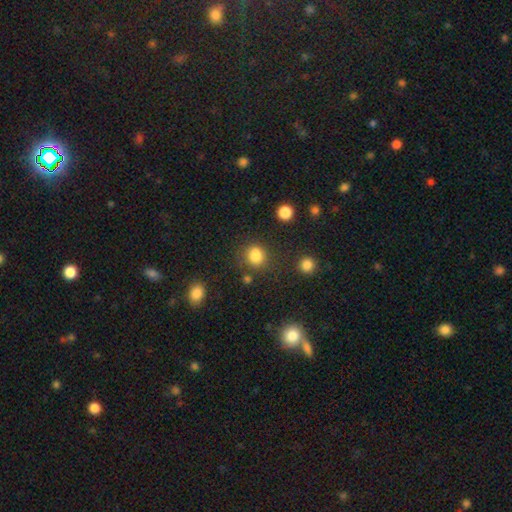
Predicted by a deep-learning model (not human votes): Smooth or featured: smooth — 83% (star or artifact — 12%)
How rounded: round — 72% (in between — 27%)
Merging: none — 72% (minor disturbance — 15%)